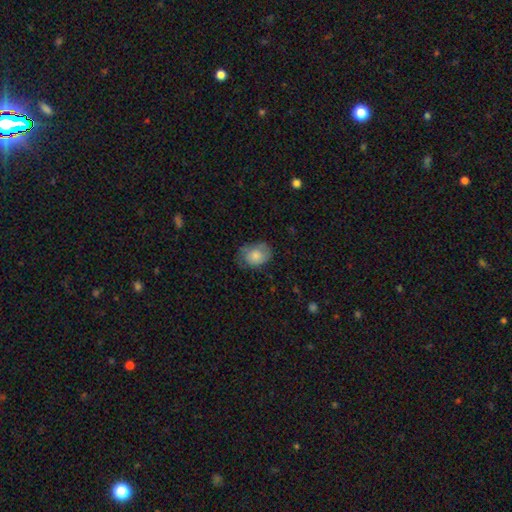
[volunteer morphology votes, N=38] type=smooth (74%); roundness=in between (64%); merging=none (61%).